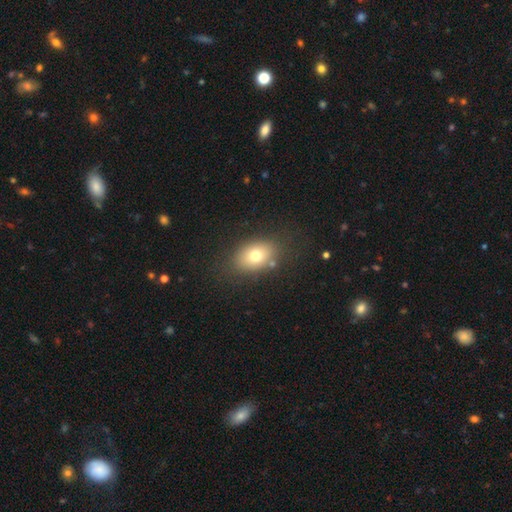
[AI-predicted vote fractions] Smooth or featured?
  - smooth: 73% *
  - featured or disk: 16%
  - star or artifact: 11%
How rounded?
  - in between: 75% *
  - round: 24%
  - cigar-shaped: 1%
Merging?
  - none: 78% *
  - minor disturbance: 13%
  - major disturbance: 5%
  - merger: 3%